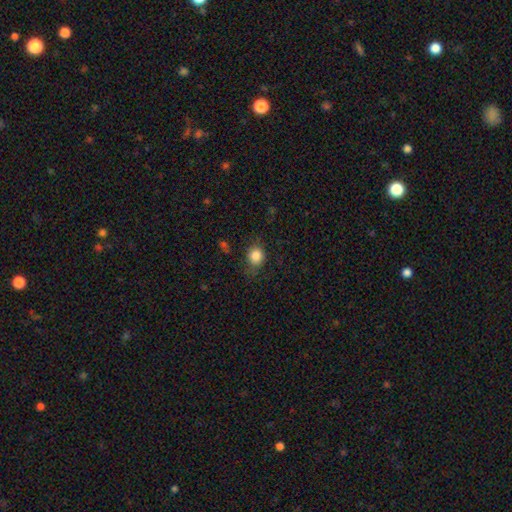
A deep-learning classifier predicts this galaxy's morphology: Smooth or featured?
  - smooth: 84% *
  - star or artifact: 10%
  - featured or disk: 6%
How rounded?
  - round: 74% *
  - in between: 25%
  - cigar-shaped: 1%
Merging?
  - none: 72% *
  - minor disturbance: 20%
  - major disturbance: 7%
  - merger: 1%